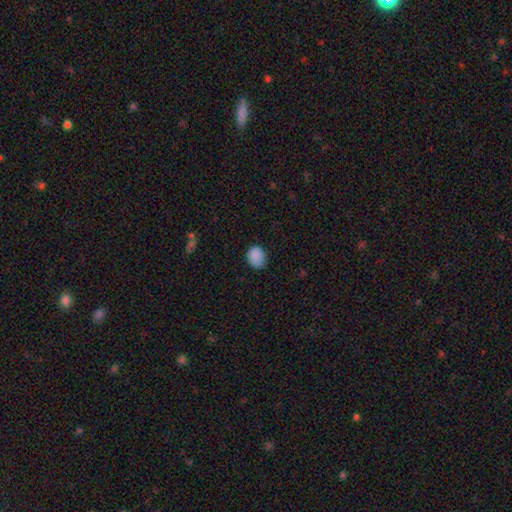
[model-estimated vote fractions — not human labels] Smooth or featured?
  - smooth: 87% *
  - star or artifact: 9%
  - featured or disk: 4%
How rounded?
  - round: 53% *
  - in between: 46%
  - cigar-shaped: 1%
Merging?
  - none: 71% *
  - minor disturbance: 23%
  - major disturbance: 4%
  - merger: 1%